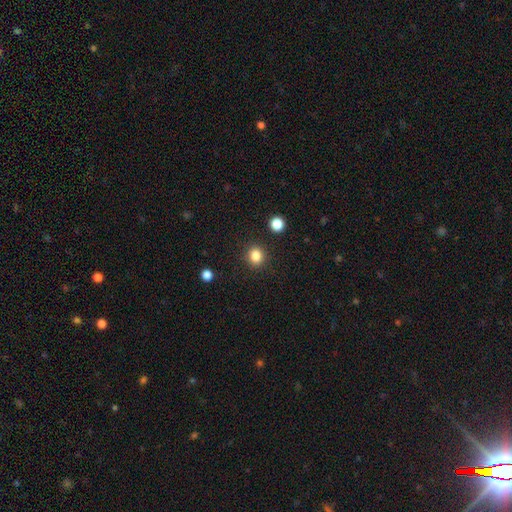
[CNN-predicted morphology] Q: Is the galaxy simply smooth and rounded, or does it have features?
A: smooth — 84%.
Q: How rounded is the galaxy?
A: round — 81%.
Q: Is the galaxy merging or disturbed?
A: none — 90%.